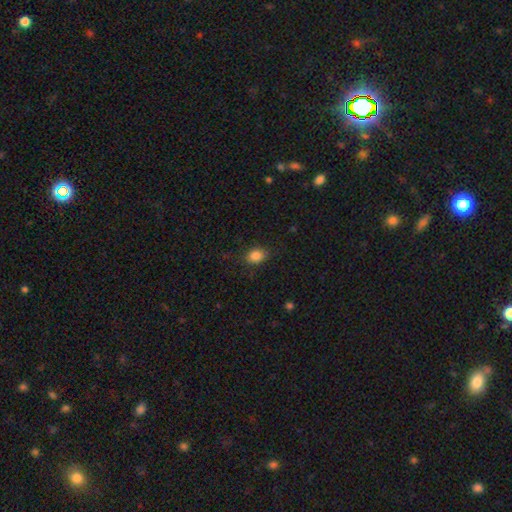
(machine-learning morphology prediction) smooth-or-featured: smooth: 85% | star or artifact: 10% | featured or disk: 5%
  how-rounded: in between: 61% | round: 37% | cigar-shaped: 1%
  merging: none: 81% | minor disturbance: 15% | major disturbance: 4% | merger: 1%